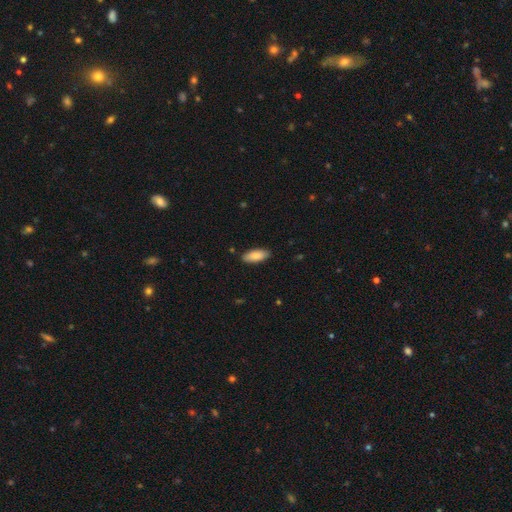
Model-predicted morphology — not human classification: smooth_or_featured: smooth (p=0.87) [alt: featured or disk p=0.07]
how_rounded: in between (p=0.80) [alt: cigar-shaped p=0.18]
merging: none (p=0.87) [alt: minor disturbance p=0.10]